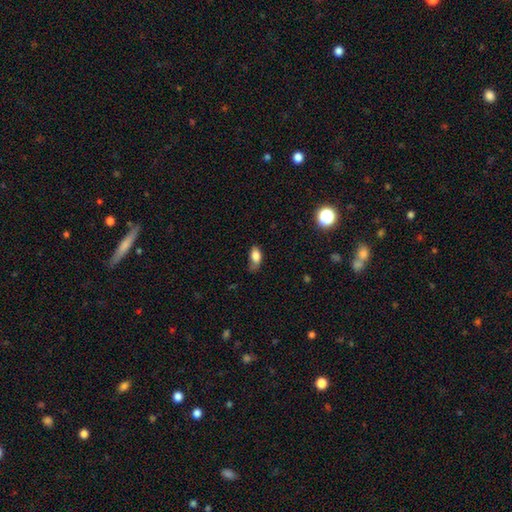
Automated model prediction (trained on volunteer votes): A smooth galaxy with no disk features (79%) that is in between round and cigar-shaped (88%). Merging: none (39%).